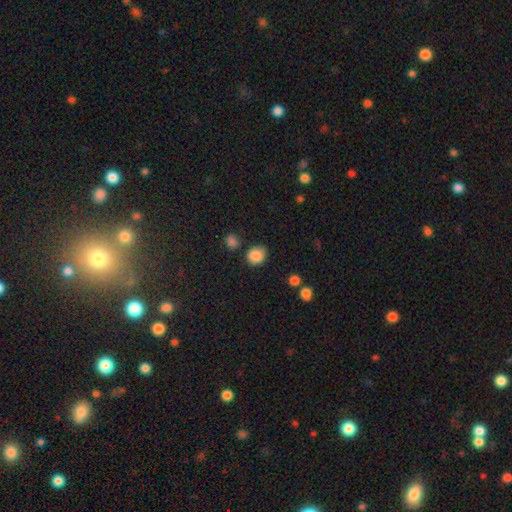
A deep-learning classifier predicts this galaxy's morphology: smooth-or-featured: smooth: 86% | star or artifact: 10% | featured or disk: 4%
  how-rounded: round: 70% | in between: 29% | cigar-shaped: 1%
  merging: none: 75% | minor disturbance: 16% | merger: 5% | major disturbance: 4%